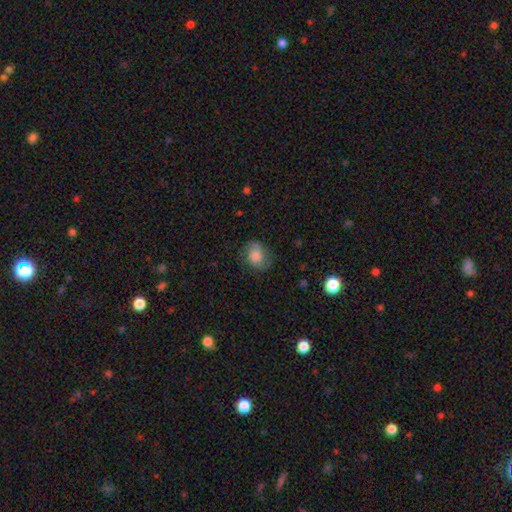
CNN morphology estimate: Smooth or featured?
  - smooth: 50% *
  - featured or disk: 40%
  - star or artifact: 10%
Merging?
  - none: 70% *
  - minor disturbance: 19%
  - major disturbance: 10%
  - merger: 1%